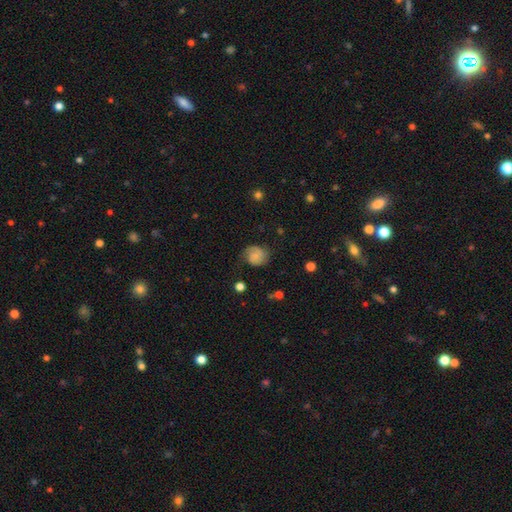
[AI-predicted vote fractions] Overall: smooth (46%; featured or disk 45%). Merging: none (66%).